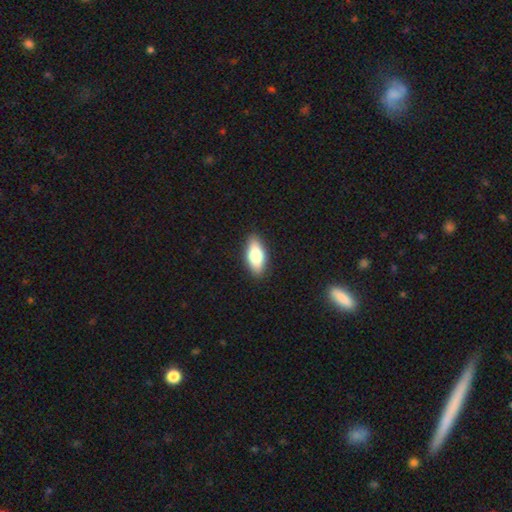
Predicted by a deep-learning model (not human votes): Overall: smooth (73%). How rounded: in between (81%). Merging: none (88%).